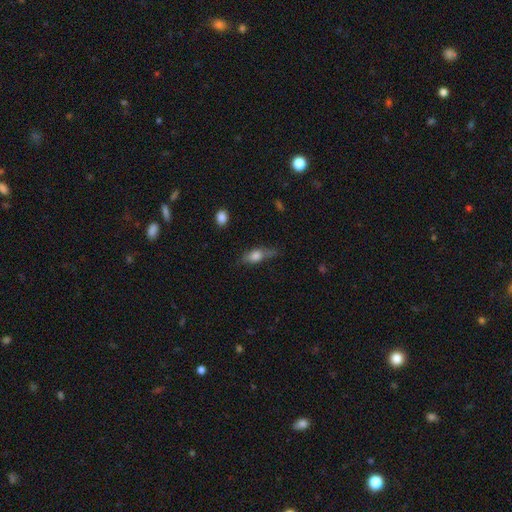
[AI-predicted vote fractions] Smooth or featured? smooth (66%)
How rounded? in between (67%)
Merging? none (51%)